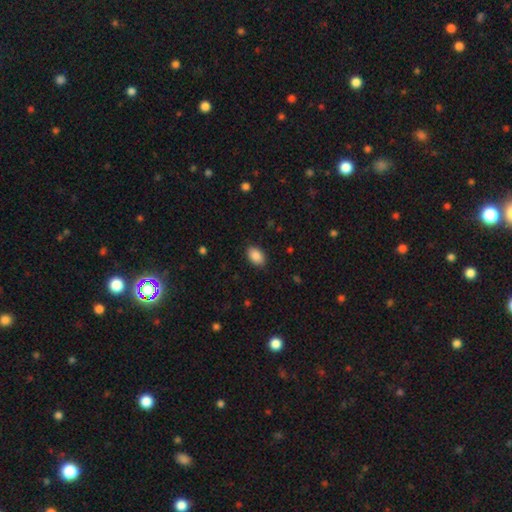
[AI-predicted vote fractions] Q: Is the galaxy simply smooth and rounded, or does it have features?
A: smooth — 88%.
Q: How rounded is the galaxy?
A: in between — 87%.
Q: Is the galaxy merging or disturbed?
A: none — 87%.